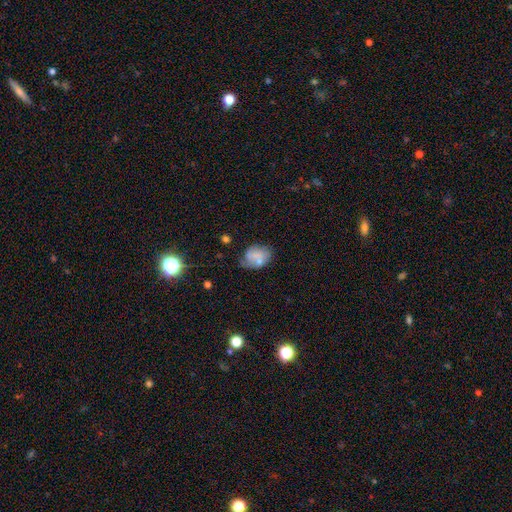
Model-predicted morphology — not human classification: Q: Smooth or featured?
A: smooth (53%); runner-up: featured or disk (37%)
Q: How rounded?
A: in between (68%); runner-up: round (31%)
Q: Merging?
A: none (45%); runner-up: minor disturbance (30%)